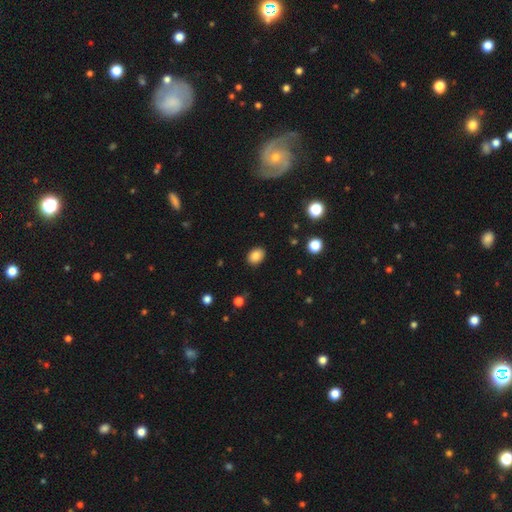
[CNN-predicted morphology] This appears to be a smooth galaxy with no disk features (84%) that is in between round and cigar-shaped (63%). Merging: none (88%).